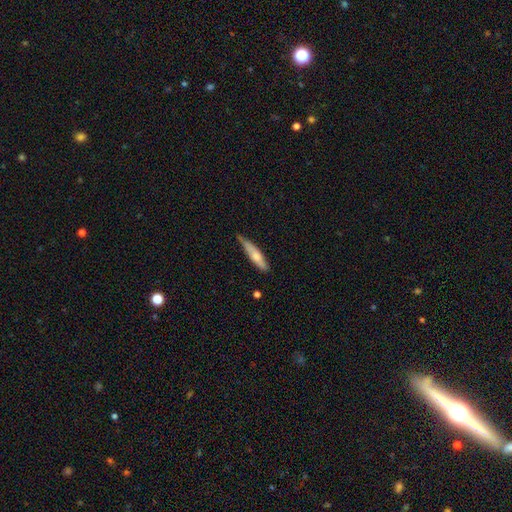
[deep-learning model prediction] This is likely a smooth galaxy (66%). How rounded: clearly cigar-shaped (83%). Merging: likely none (62%).